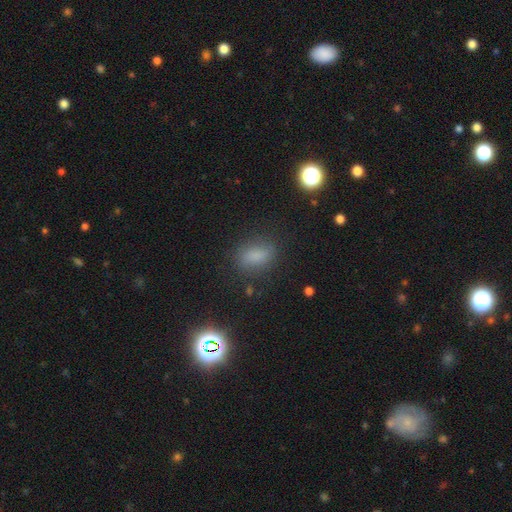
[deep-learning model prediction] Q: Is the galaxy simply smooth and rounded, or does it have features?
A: smooth — 75%.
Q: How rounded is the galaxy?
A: in between — 78%.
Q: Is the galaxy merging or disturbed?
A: none — 78%.